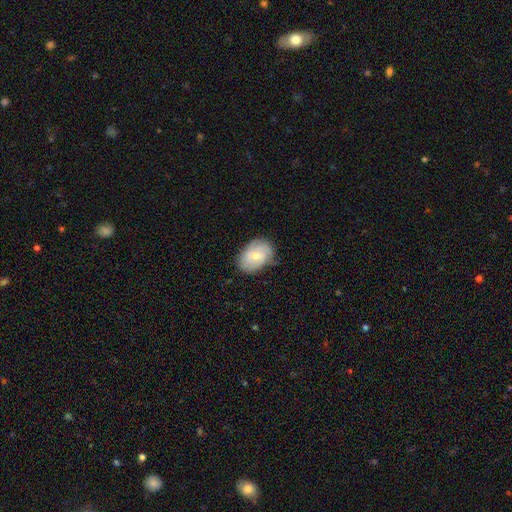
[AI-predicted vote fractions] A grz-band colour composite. It shows a smooth galaxy with no disk features (51%) that is in between round and cigar-shaped (80%). Merging: none (71%).